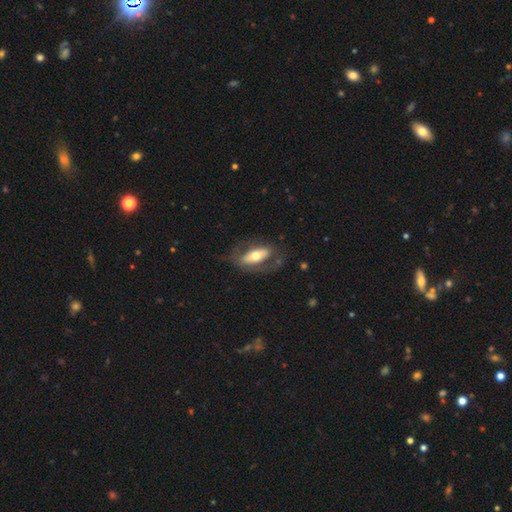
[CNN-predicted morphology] smooth_or_featured: featured or disk (p=0.51) [alt: smooth p=0.44]
disk_edge_on: no (p=0.77) [alt: yes p=0.23]
merging: none (p=0.63) [alt: minor disturbance p=0.19]